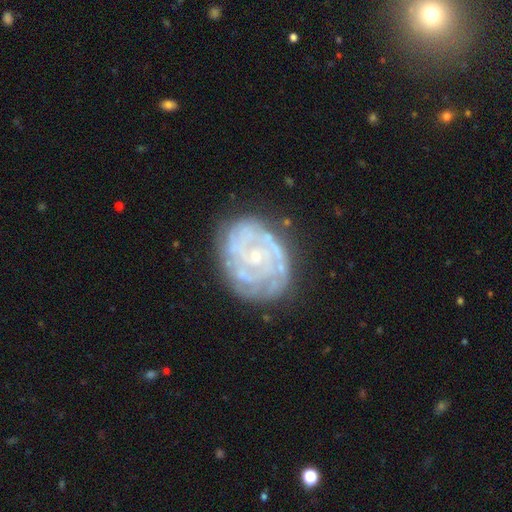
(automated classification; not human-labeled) Smooth or featured?
  - featured or disk: 83% *
  - smooth: 11%
  - star or artifact: 7%
Edge-on disk?
  - no: 97% *
  - yes: 3%
Bar?
  - no: 78% *
  - weak: 18%
  - strong: 4%
Spiral arms?
  - yes: 89% *
  - no: 11%
Spiral winding?
  - tight: 74% *
  - medium: 20%
  - loose: 6%
Spiral arm count?
  - can't tell: 42% *
  - 3: 15%
  - 2: 14%
  - 4: 14%
  - more than 4: 8%
  - 1: 6%
Bulge size?
  - small: 77% *
  - moderate: 17%
  - none: 3%
  - large: 1%
  - dominant: 1%
Merging?
  - none: 71% *
  - minor disturbance: 19%
  - major disturbance: 8%
  - merger: 2%